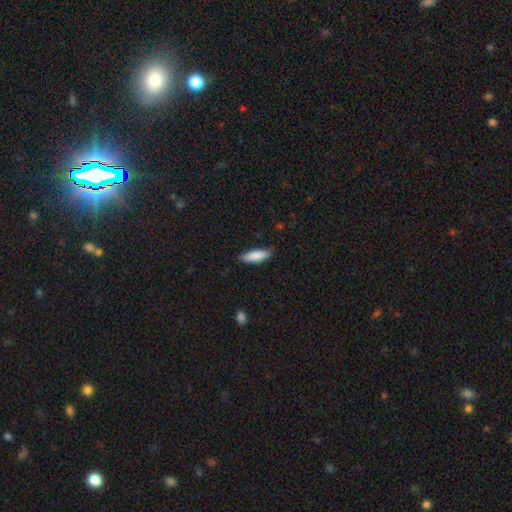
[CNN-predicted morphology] smooth_or_featured: smooth (p=0.85) [alt: featured or disk p=0.09]
how_rounded: cigar-shaped (p=0.57) [alt: in between p=0.41]
merging: none (p=0.83) [alt: minor disturbance p=0.14]